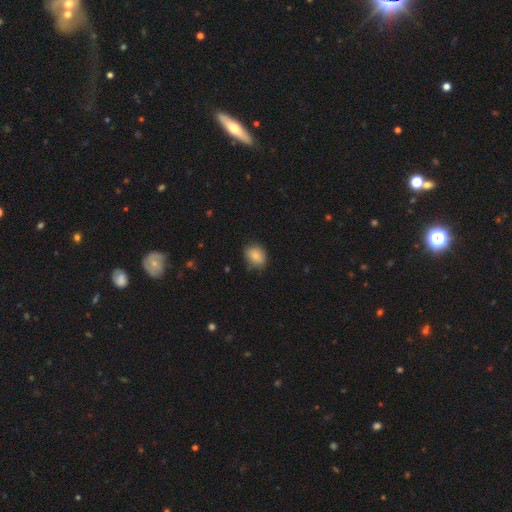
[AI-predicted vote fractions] The model was most divided on "how rounded": in between: 63%, round: 36%, cigar-shaped: 1%. More confident: smooth or featured — smooth (85%); merging — none (77%).